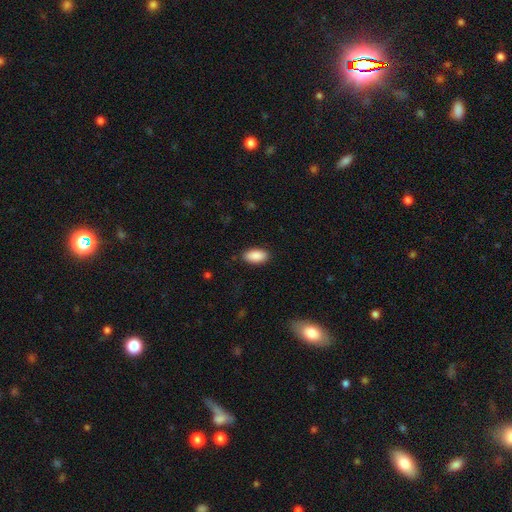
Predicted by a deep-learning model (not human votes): smooth-or-featured: smooth: 90% | star or artifact: 6% | featured or disk: 3%
  how-rounded: in between: 94% | cigar-shaped: 4% | round: 3%
  merging: none: 88% | minor disturbance: 9% | major disturbance: 2% | merger: 1%